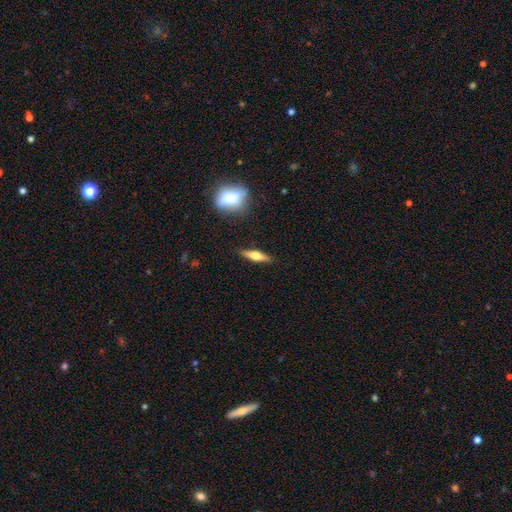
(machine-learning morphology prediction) This appears to be a smooth galaxy with no disk features (47%). Merging: none (88%).